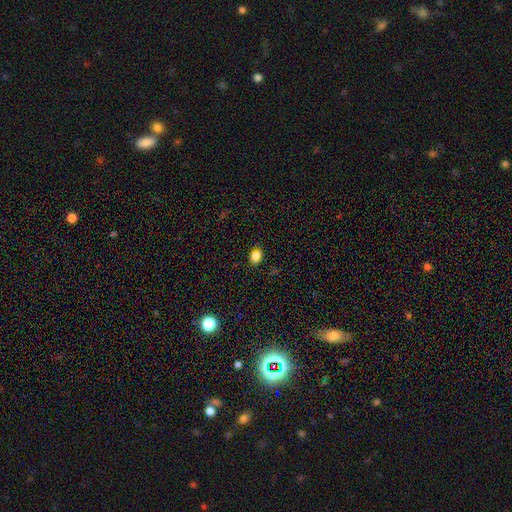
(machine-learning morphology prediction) Smooth or featured? Predicted: smooth (p=0.84). How rounded? Predicted: in between (p=0.59). Merging? Predicted: none (p=0.87).